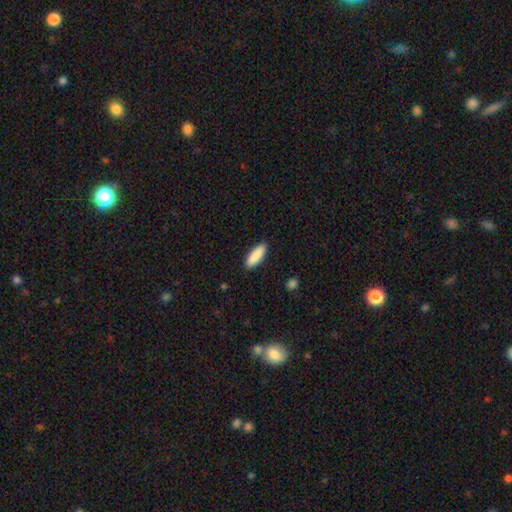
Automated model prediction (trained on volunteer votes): This appears to be a smooth galaxy with no disk features (89%) that is in between round and cigar-shaped (56%). Merging: none (89%).